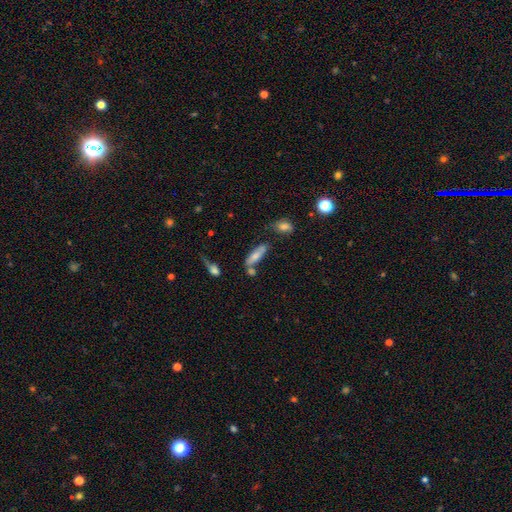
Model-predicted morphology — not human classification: smooth-or-featured: smooth: 70% | featured or disk: 22% | star or artifact: 8%
  how-rounded: in between: 49% (tied) | cigar-shaped: 49% (tied) | round: 2%
  merging: none: 53% | minor disturbance: 20% | merger: 19% | major disturbance: 8%